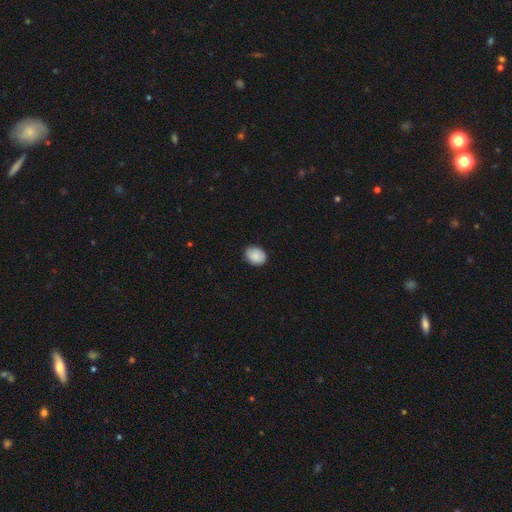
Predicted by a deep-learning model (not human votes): Q: Smooth or featured?
A: smooth (87%); runner-up: star or artifact (7%)
Q: How rounded?
A: in between (56%); runner-up: round (43%)
Q: Merging?
A: none (86%); runner-up: minor disturbance (11%)